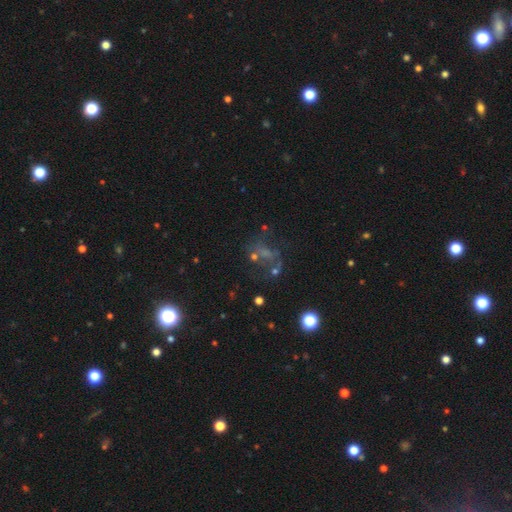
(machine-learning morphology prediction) Smooth or featured: star or artifact — 39% (featured or disk — 36%)